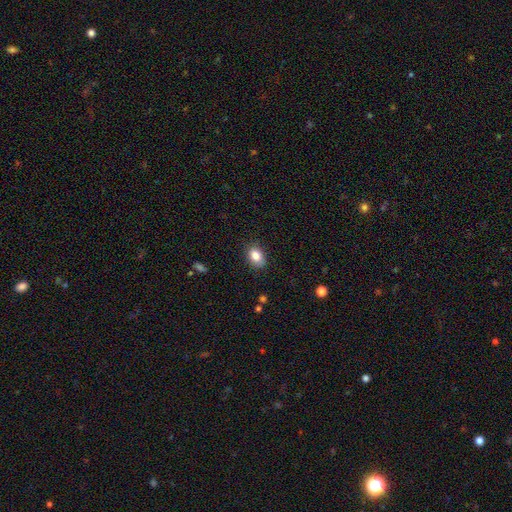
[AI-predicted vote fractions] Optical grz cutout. It shows a smooth galaxy with no disk features (84%) that is in between round and cigar-shaped (73%). Merging: none (84%).